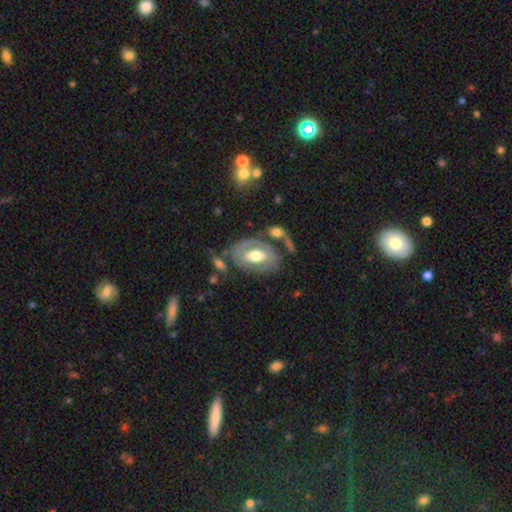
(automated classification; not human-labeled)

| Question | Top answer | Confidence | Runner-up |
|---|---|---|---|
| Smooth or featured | featured or disk | 62% | smooth (32%) |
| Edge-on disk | no | 92% | yes (8%) |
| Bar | no | 49% | weak (32%) |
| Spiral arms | no | 59% | yes (41%) |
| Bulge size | moderate | 62% | large (26%) |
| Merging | none | 57% | minor disturbance (18%) |